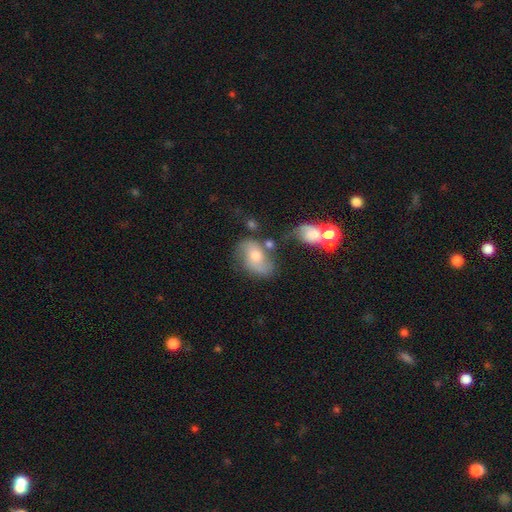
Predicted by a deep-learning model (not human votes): The model was most divided on "smooth or featured": featured or disk: 51%, smooth: 39%, star or artifact: 11%. More confident: edge-on disk — no (95%); merging — none (50%).